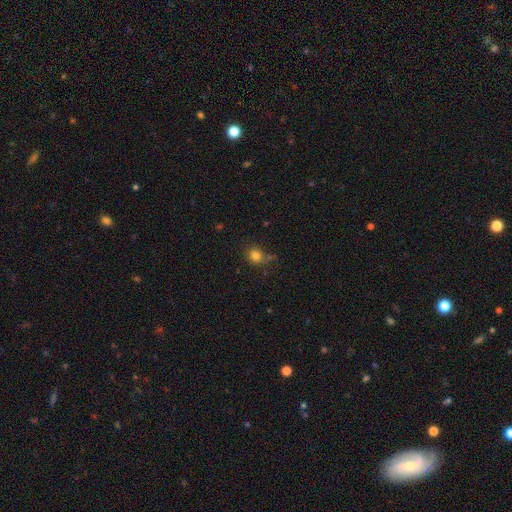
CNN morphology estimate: Smooth or featured?
  - smooth: 80% *
  - star or artifact: 14%
  - featured or disk: 6%
How rounded?
  - round: 77% *
  - in between: 22%
  - cigar-shaped: 1%
Merging?
  - none: 70% *
  - minor disturbance: 18%
  - merger: 6%
  - major disturbance: 6%